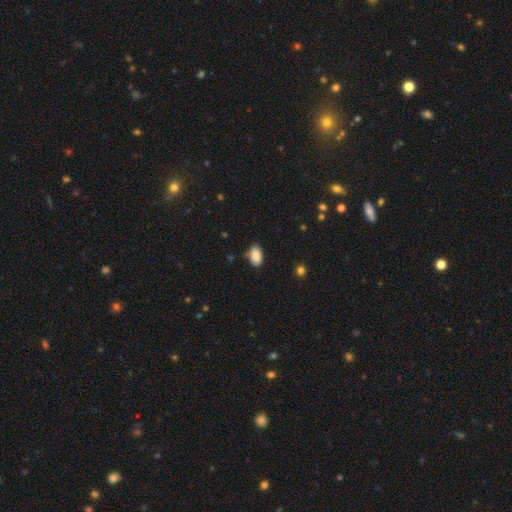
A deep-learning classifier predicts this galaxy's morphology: A smooth galaxy with no disk features (88%) that is in between round and cigar-shaped (92%). Merging: none (80%).